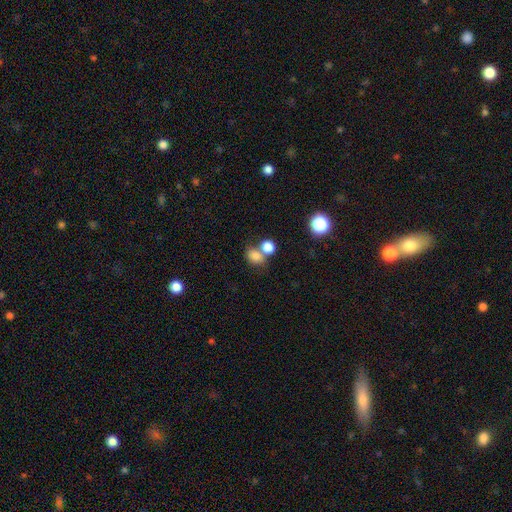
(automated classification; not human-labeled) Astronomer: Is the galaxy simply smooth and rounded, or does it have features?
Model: smooth — 79%.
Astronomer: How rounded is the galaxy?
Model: round — 50% (runner-up: in between, 49%).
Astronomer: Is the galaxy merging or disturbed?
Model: none — 45% (runner-up: merger, 40%).